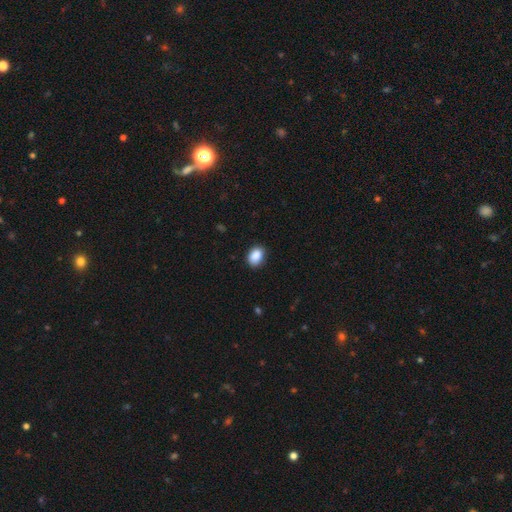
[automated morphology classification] smooth-or-featured: smooth: 89% | star or artifact: 8% | featured or disk: 4%
  how-rounded: in between: 75% | round: 24% | cigar-shaped: 1%
  merging: none: 83% | minor disturbance: 13% | major disturbance: 2% | merger: 1%